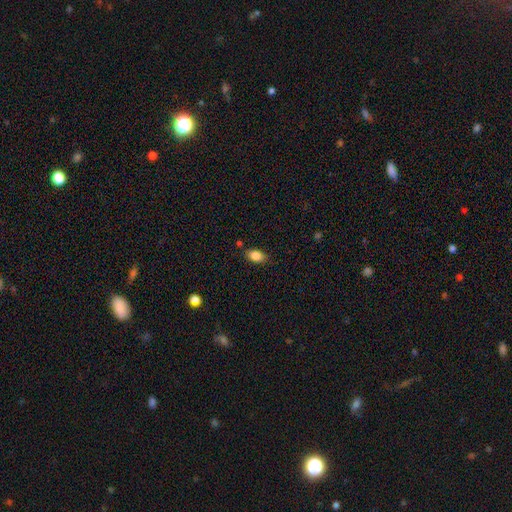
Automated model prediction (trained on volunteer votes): This appears to be a smooth galaxy with no disk features (86%) that is in between round and cigar-shaped (87%). Merging: none (81%).